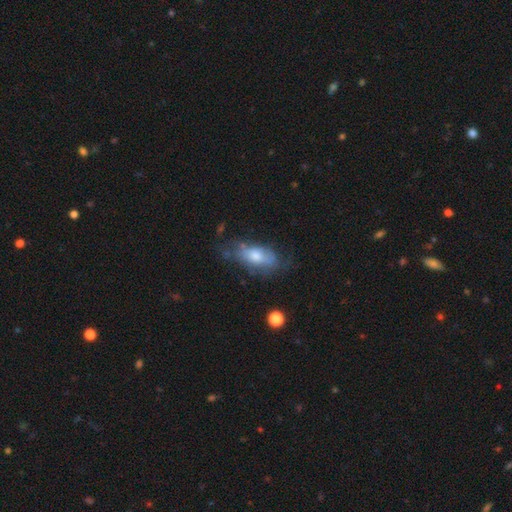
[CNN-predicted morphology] type=smooth (54%); roundness=in between (85%); merging=none (49%).